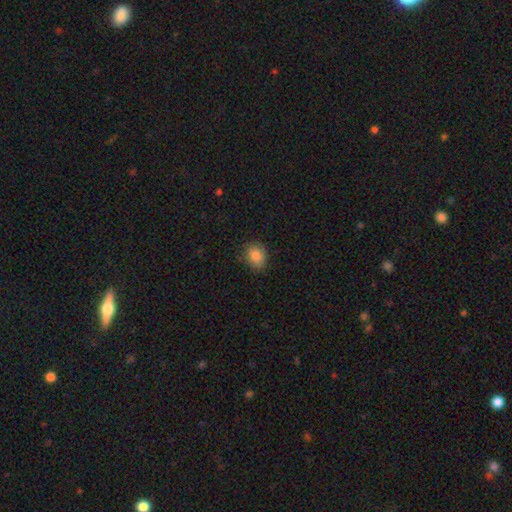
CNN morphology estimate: Smooth or featured?
  - smooth: 85% *
  - star or artifact: 9%
  - featured or disk: 6%
How rounded?
  - round: 58% *
  - in between: 41%
  - cigar-shaped: 1%
Merging?
  - none: 82% *
  - minor disturbance: 14%
  - major disturbance: 3%
  - merger: 1%